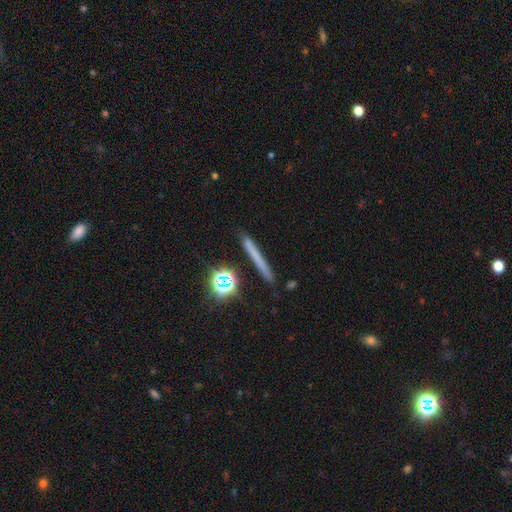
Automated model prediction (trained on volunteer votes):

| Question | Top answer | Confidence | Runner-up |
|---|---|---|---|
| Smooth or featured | smooth | 54% | featured or disk (28%) |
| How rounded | cigar-shaped | 88% | round (8%) |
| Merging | none | 87% | minor disturbance (8%) |